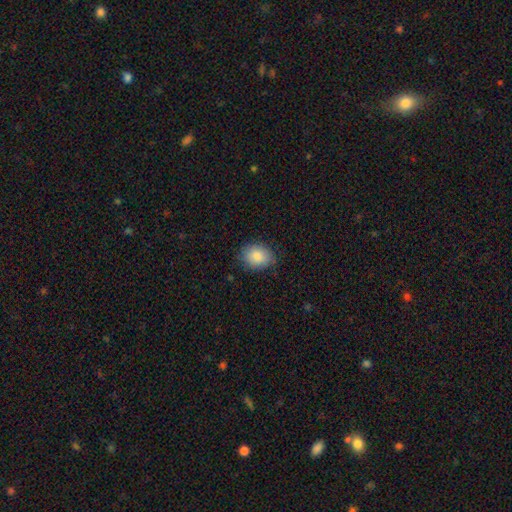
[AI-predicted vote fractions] Smooth or featured? Predicted: smooth (p=0.85). How rounded? Predicted: round (p=0.52). Merging? Predicted: none (p=0.80).